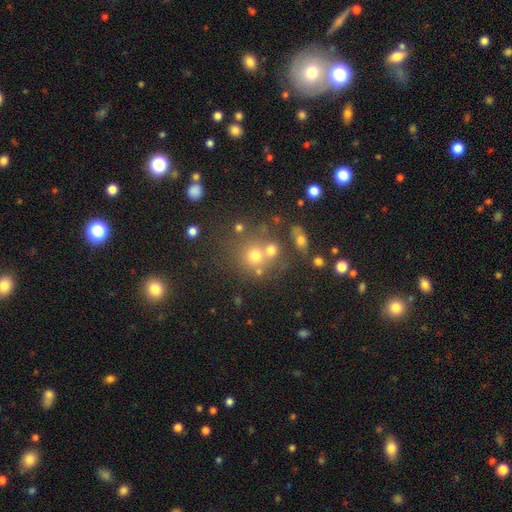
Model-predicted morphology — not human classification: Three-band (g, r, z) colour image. It shows a smooth galaxy with no disk features (63%) that is round (85%). Merging: none (56%).